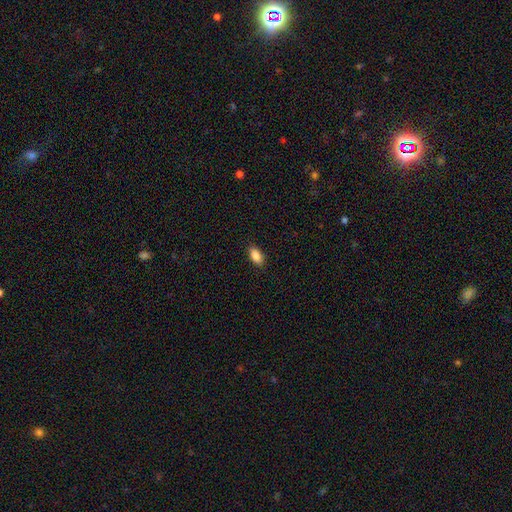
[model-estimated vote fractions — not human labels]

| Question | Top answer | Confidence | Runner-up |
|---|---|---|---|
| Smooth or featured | smooth | 88% | star or artifact (7%) |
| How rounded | in between | 90% | cigar-shaped (6%) |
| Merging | none | 88% | minor disturbance (9%) |